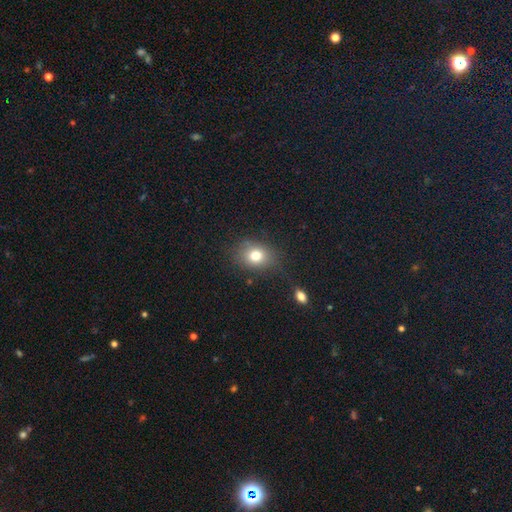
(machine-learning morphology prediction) Q: Smooth or featured?
A: smooth (77%); runner-up: star or artifact (12%)
Q: How rounded?
A: in between (52%); runner-up: round (47%)
Q: Merging?
A: none (73%); runner-up: minor disturbance (17%)